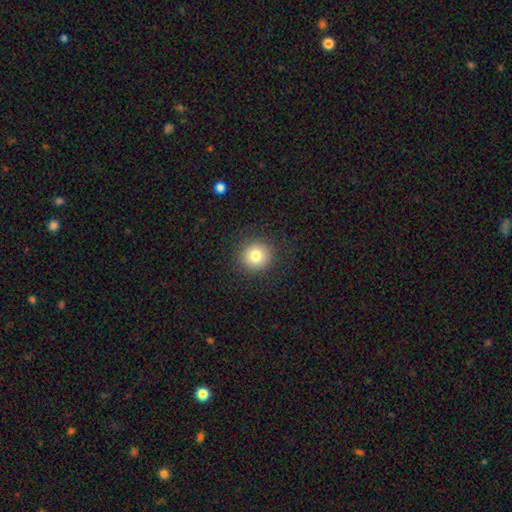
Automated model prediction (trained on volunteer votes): Morphology: type=smooth (80%); roundness=round (94%); merging=none (90%).